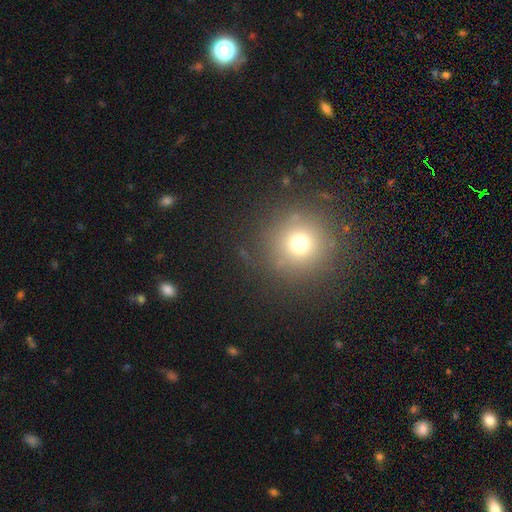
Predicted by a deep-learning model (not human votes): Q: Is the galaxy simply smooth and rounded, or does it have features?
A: smooth — 58%.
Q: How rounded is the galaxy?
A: round — 95%.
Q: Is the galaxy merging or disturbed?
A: none — 90%.